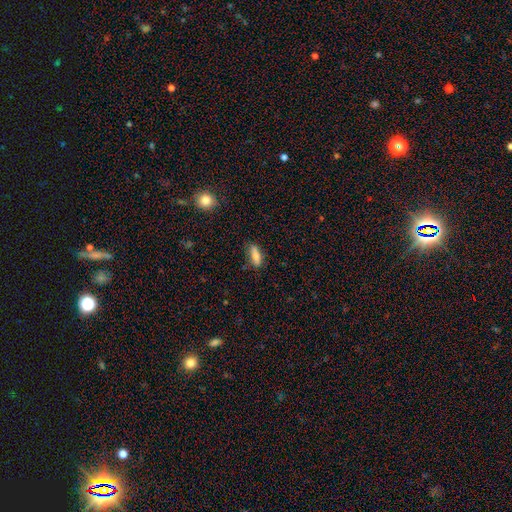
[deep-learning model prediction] Smooth or featured: smooth — 82% (featured or disk — 10%)
How rounded: in between — 58% (cigar-shaped — 40%)
Merging: none — 75% (minor disturbance — 18%)